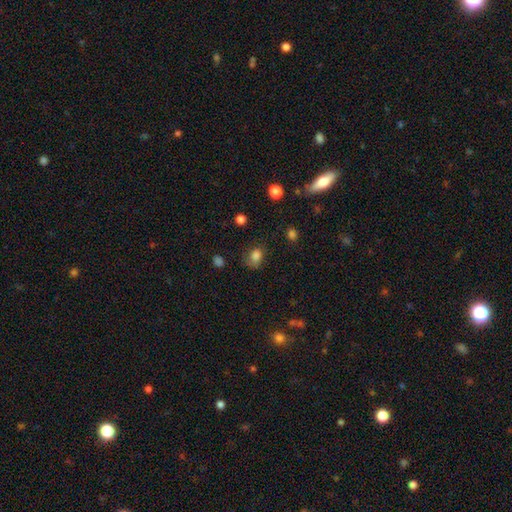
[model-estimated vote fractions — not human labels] This appears to be a smooth galaxy with no disk features (80%) that is in between round and cigar-shaped (60%). Merging: none (55%).